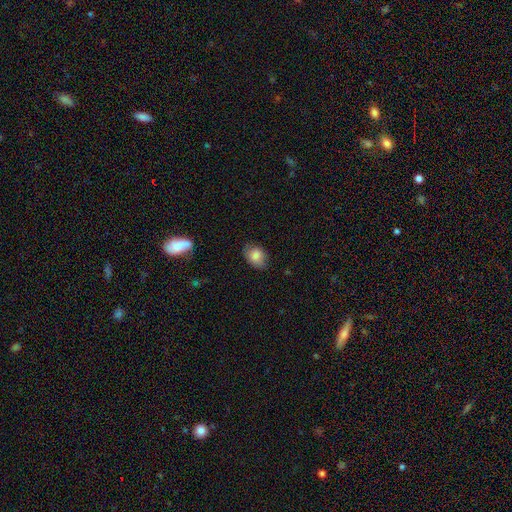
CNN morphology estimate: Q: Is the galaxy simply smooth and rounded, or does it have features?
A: smooth — 83%.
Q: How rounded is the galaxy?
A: in between — 72%.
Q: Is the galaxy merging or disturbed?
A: none — 73%.